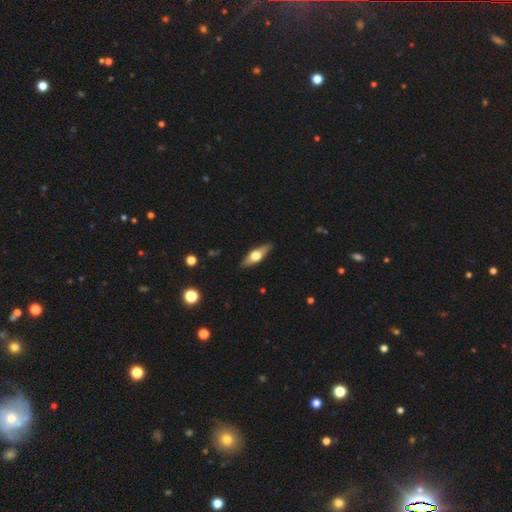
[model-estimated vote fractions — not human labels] Q: Smooth or featured?
A: featured or disk (54%); runner-up: smooth (41%)
Q: Edge-on disk?
A: yes (89%); runner-up: no (11%)
Q: Merging?
A: none (88%); runner-up: minor disturbance (9%)